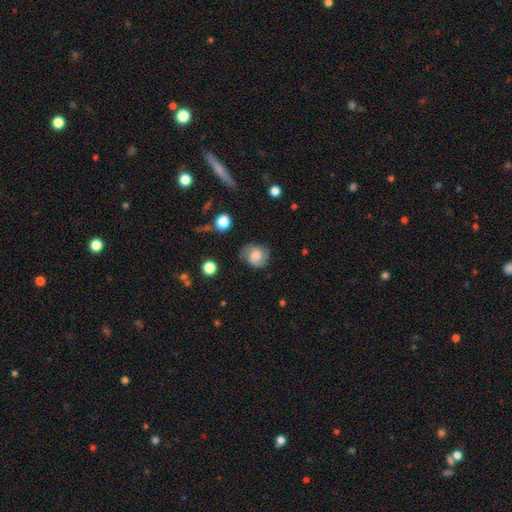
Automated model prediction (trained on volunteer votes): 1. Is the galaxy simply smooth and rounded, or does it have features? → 47% smooth, 44% featured or disk, 10% star or artifact.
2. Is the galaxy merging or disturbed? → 62% none, 25% minor disturbance, 11% major disturbance, 2% merger.